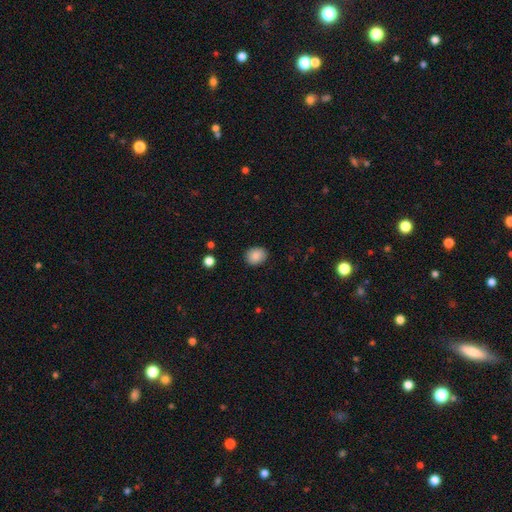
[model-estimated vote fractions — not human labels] smooth-or-featured: smooth: 87% | star or artifact: 8% | featured or disk: 5%
  how-rounded: round: 55% | in between: 44% | cigar-shaped: 1%
  merging: none: 88% | minor disturbance: 9% | major disturbance: 2% | merger: 1%